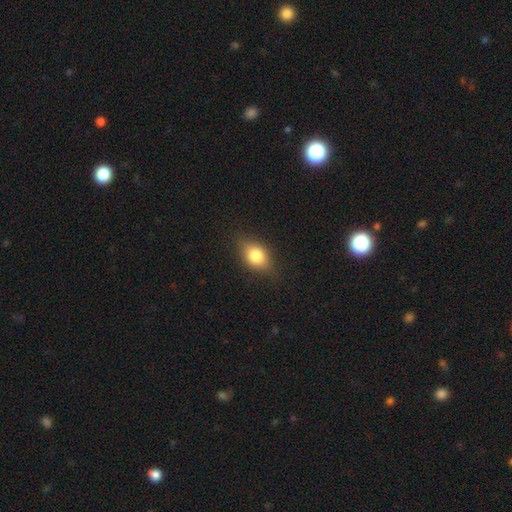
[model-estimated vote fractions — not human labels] Morphology: type=smooth (77%); roundness=in between (71%); merging=none (79%).